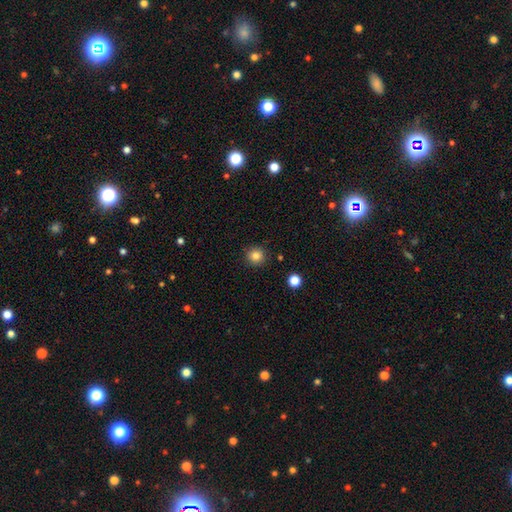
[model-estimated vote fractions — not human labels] The model was most divided on "smooth or featured": smooth: 84%, star or artifact: 11%, featured or disk: 5%. More confident: how rounded — round (94%); merging — none (91%).